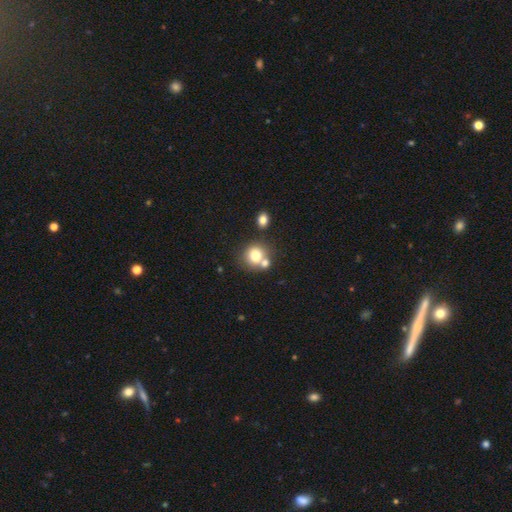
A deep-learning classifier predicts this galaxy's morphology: smooth 76%, featured or disk 13%, star or artifact 12%. Down the decision tree: how rounded — round (83%); merging — none (53%).